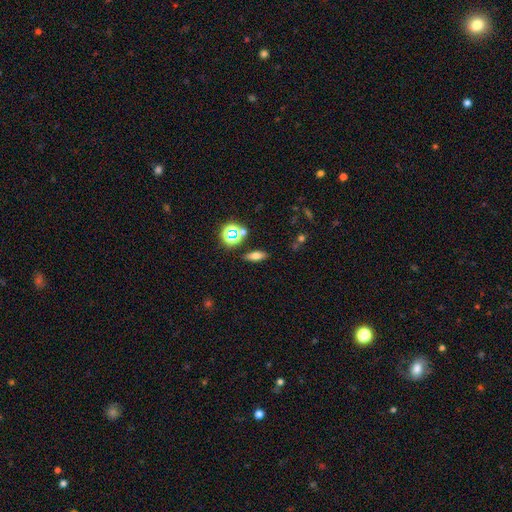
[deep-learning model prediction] Smooth or featured: smooth — 63% (featured or disk — 18%)
How rounded: in between — 67% (cigar-shaped — 22%)
Merging: none — 85% (minor disturbance — 9%)